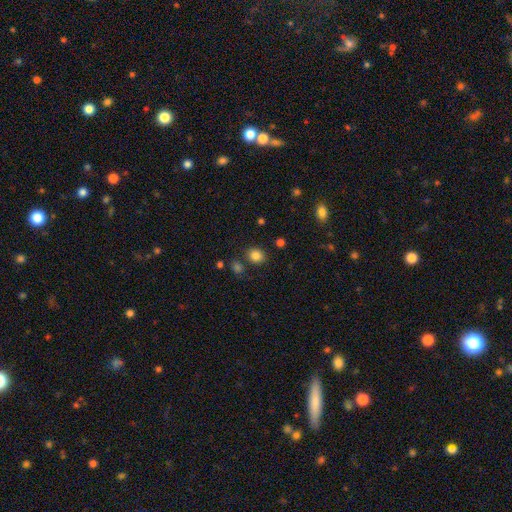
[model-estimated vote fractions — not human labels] Smooth or featured: smooth — 83% (star or artifact — 12%)
How rounded: round — 70% (in between — 29%)
Merging: none — 81% (minor disturbance — 10%)